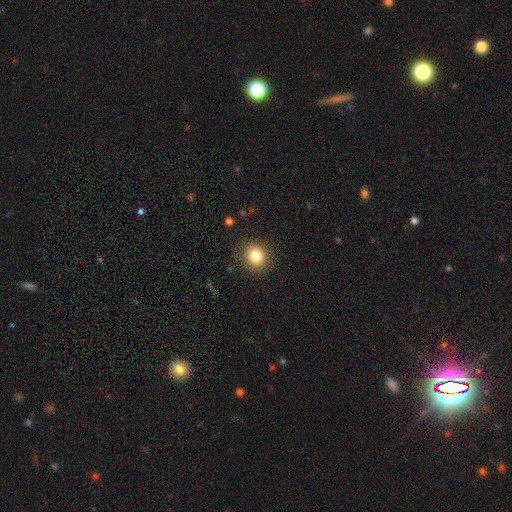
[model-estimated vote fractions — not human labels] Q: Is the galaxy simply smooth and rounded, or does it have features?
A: smooth — 81%.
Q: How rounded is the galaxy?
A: round — 82%.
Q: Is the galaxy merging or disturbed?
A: none — 86%.